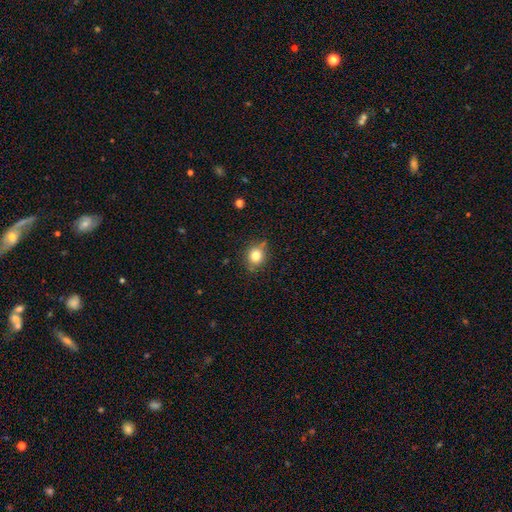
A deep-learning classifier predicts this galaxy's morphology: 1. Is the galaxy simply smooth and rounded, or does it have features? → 79% smooth, 11% star or artifact, 9% featured or disk.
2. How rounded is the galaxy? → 76% round, 23% in between, 1% cigar-shaped.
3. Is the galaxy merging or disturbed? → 77% none, 16% minor disturbance, 4% merger, 3% major disturbance.